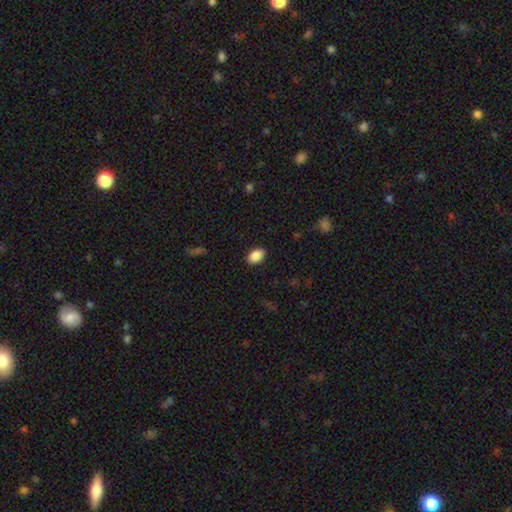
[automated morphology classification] Smooth or featured: smooth — 89% (star or artifact — 7%)
How rounded: in between — 89% (round — 10%)
Merging: none — 88% (minor disturbance — 9%)